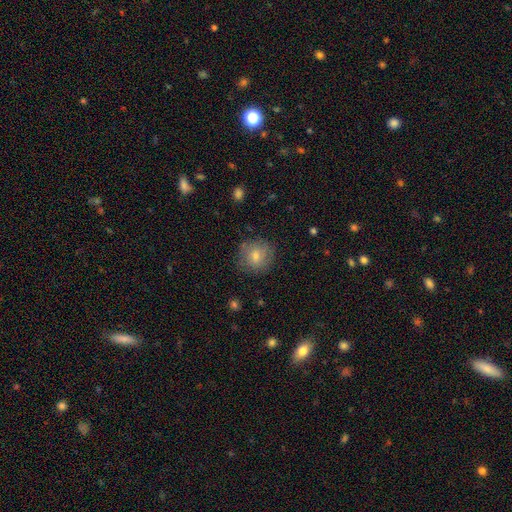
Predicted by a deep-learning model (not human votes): Q: Smooth or featured?
A: smooth (68%); runner-up: featured or disk (19%)
Q: How rounded?
A: round (90%); runner-up: in between (9%)
Q: Merging?
A: none (83%); runner-up: minor disturbance (12%)